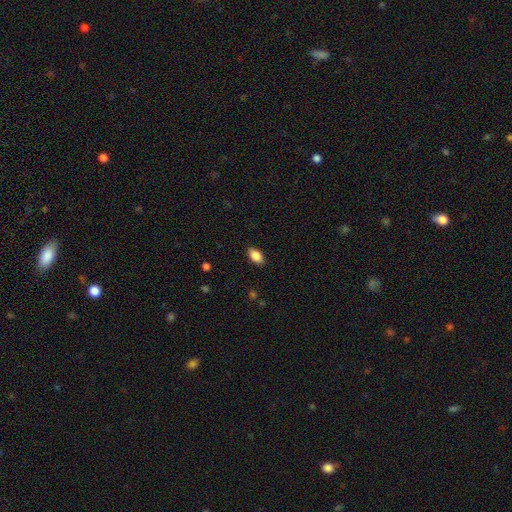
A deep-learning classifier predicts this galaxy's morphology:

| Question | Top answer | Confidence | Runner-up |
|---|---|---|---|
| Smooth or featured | smooth | 87% | star or artifact (8%) |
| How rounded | in between | 92% | round (6%) |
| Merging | none | 87% | minor disturbance (10%) |